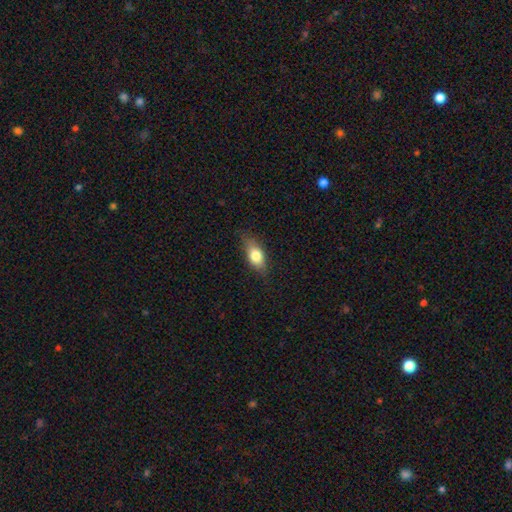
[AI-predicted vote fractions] Smooth or featured? Predicted: smooth (p=0.74). How rounded? Predicted: in between (p=0.80). Merging? Predicted: none (p=0.74).